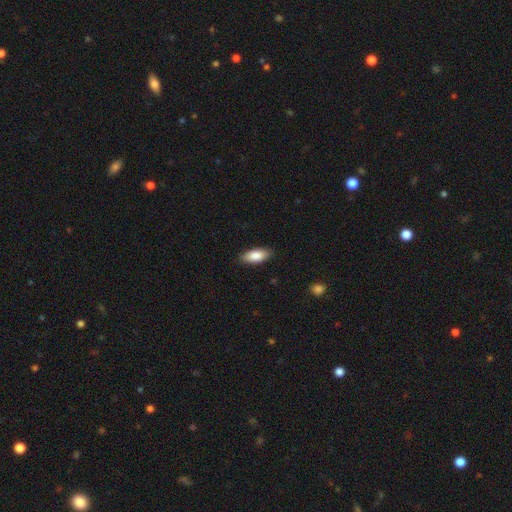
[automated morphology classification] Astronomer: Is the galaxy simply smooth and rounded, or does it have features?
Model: smooth — 87%.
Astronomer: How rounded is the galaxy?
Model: in between — 84%.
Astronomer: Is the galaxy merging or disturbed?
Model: none — 87%.